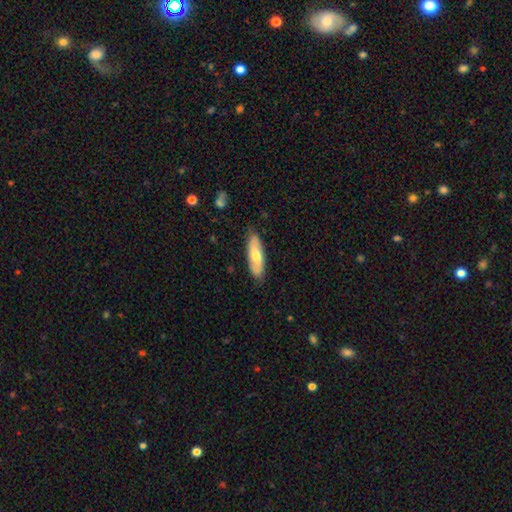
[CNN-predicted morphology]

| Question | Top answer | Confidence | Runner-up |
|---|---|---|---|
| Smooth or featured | smooth | 57% | featured or disk (38%) |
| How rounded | in between | 50% | cigar-shaped (48%) |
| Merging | none | 81% | minor disturbance (15%) |